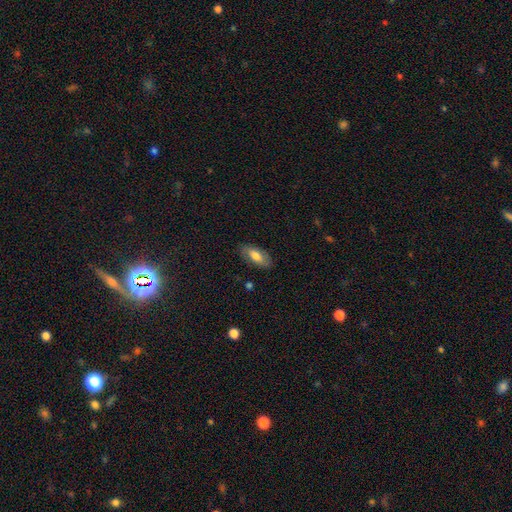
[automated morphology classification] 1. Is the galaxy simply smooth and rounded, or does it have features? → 68% smooth, 25% featured or disk, 7% star or artifact.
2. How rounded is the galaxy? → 86% in between, 11% cigar-shaped, 3% round.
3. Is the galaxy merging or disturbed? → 81% none, 14% minor disturbance, 3% major disturbance, 1% merger.